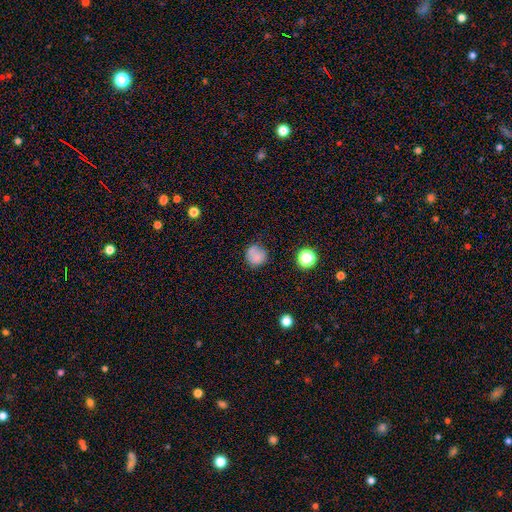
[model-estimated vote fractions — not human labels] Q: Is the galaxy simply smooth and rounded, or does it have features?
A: smooth — 76%.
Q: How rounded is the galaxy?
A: round — 86%.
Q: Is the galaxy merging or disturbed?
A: none — 60%.